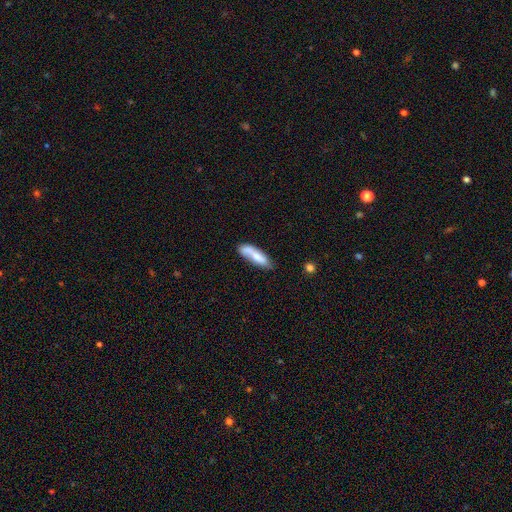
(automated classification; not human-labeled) Morphology: type=smooth (63%); roundness=cigar-shaped (49%, tied with in between); merging=none (49%).